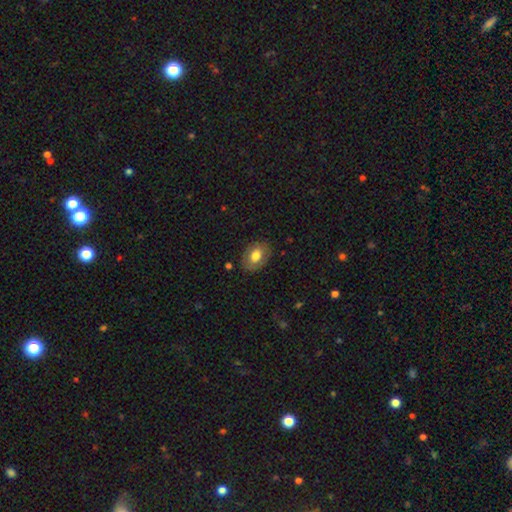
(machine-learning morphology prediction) A smooth galaxy with no disk features (70%) that is in between round and cigar-shaped (80%). Merging: none (82%).